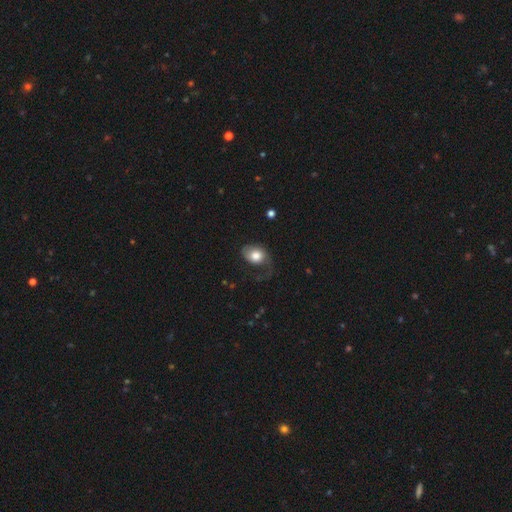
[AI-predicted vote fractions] smooth 62%, featured or disk 31%, star or artifact 7%. Down the decision tree: how rounded — in between (61%); merging — major disturbance (38%).